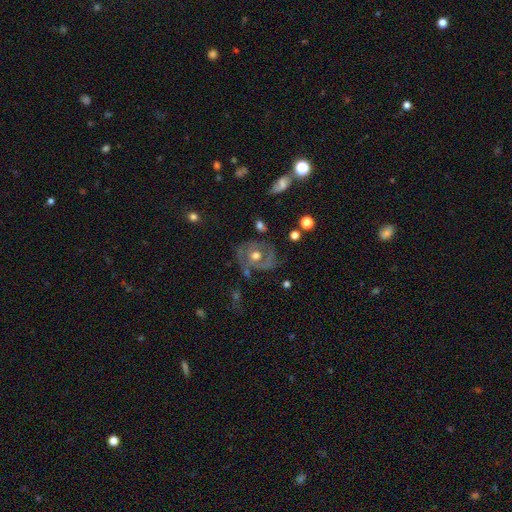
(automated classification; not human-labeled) Smooth or featured: featured or disk — 65% (smooth — 28%)
Edge-on disk: no — 96% (yes — 4%)
Bar: no — 80% (weak — 16%)
Spiral arms: yes — 60% (no — 40%)
Bulge size: moderate — 75% (large — 12%)
Merging: none — 58% (minor disturbance — 21%)